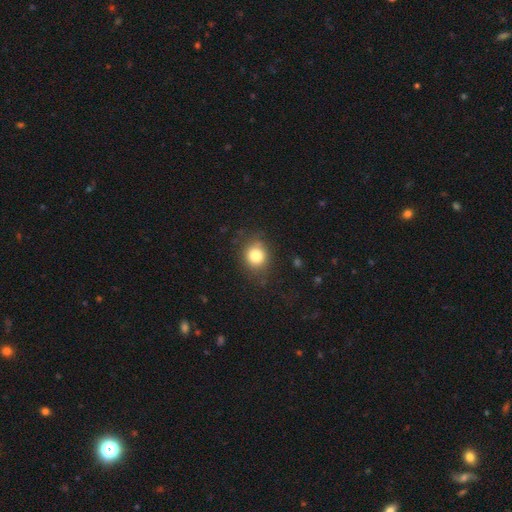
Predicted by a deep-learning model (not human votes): Smooth or featured: smooth — 81% (star or artifact — 11%)
How rounded: round — 71% (in between — 28%)
Merging: none — 79% (minor disturbance — 15%)